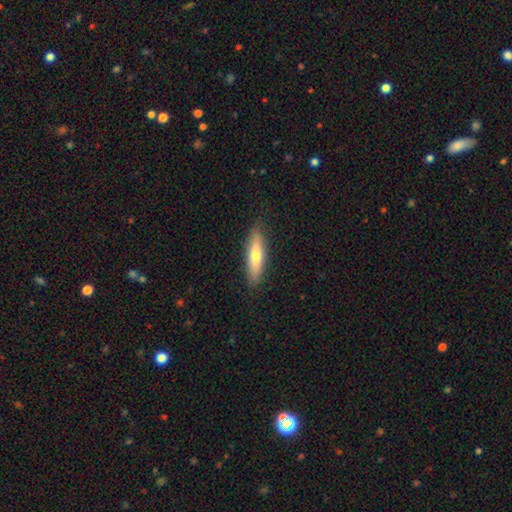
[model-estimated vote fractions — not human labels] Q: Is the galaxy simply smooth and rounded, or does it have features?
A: smooth — 64%.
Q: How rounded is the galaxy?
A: cigar-shaped — 71%.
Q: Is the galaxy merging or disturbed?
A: none — 87%.